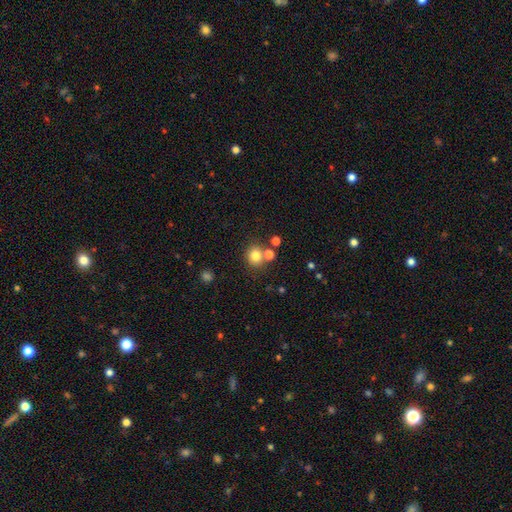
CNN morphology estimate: smooth_or_featured: smooth (p=0.80) [alt: star or artifact p=0.13]
how_rounded: round (p=0.82) [alt: in between p=0.17]
merging: none (p=0.68) [alt: merger p=0.19]